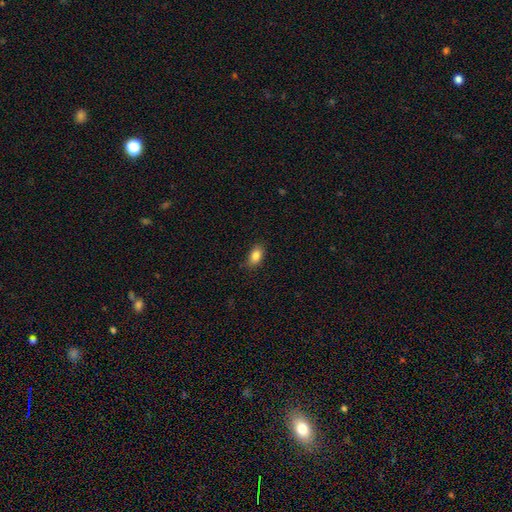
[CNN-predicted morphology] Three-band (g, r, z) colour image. It shows a smooth galaxy with no disk features (85%) that is in between round and cigar-shaped (87%). Merging: none (83%).